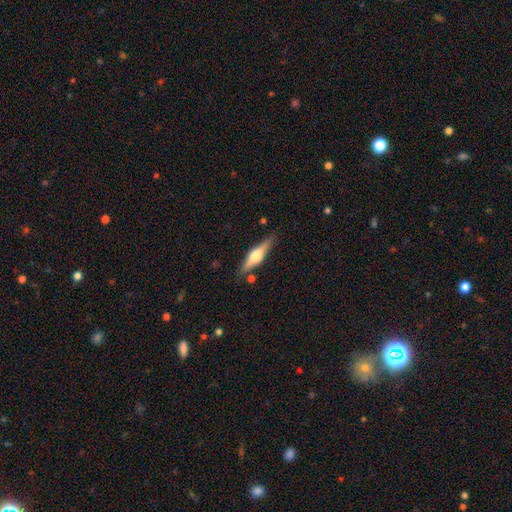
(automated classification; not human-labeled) This is likely a featured or disk galaxy (63%). It is clearly viewed edge-on (96%). Edge-on bulge: clearly rounded (92%). Merging: clearly none (82%).